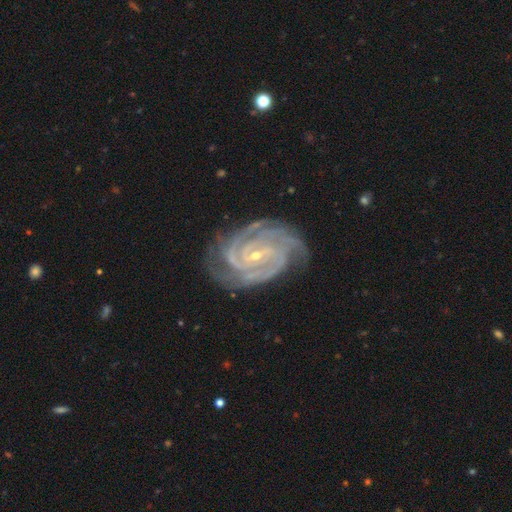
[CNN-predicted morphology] Q: Smooth or featured?
A: featured or disk (93%); runner-up: star or artifact (4%)
Q: Edge-on disk?
A: no (98%); runner-up: yes (2%)
Q: Bar?
A: weak (43%); runner-up: strong (29%)
Q: Spiral arms?
A: yes (99%); runner-up: no (1%)
Q: Spiral winding?
A: tight (74%); runner-up: medium (23%)
Q: Spiral arm count?
A: 3 (31%); runner-up: 2 (24%)
Q: Bulge size?
A: small (80%); runner-up: moderate (17%)
Q: Merging?
A: none (77%); runner-up: minor disturbance (17%)